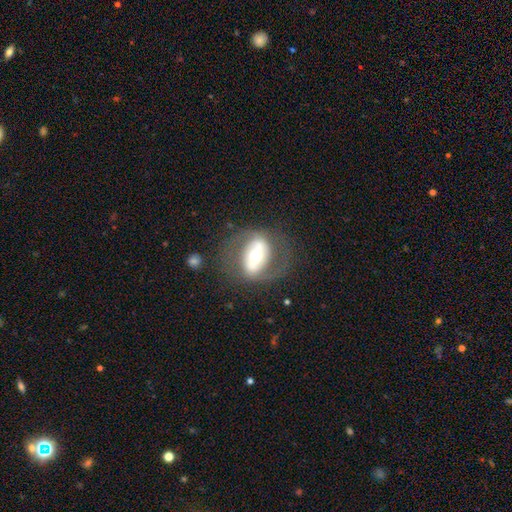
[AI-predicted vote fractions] Q: Smooth or featured?
A: featured or disk (69%); runner-up: smooth (24%)
Q: Edge-on disk?
A: no (94%); runner-up: yes (6%)
Q: Bar?
A: strong (43%); runner-up: no (31%)
Q: Spiral arms?
A: yes (56%); runner-up: no (44%)
Q: Bulge size?
A: moderate (66%); runner-up: large (16%)
Q: Merging?
A: none (66%); runner-up: minor disturbance (16%)